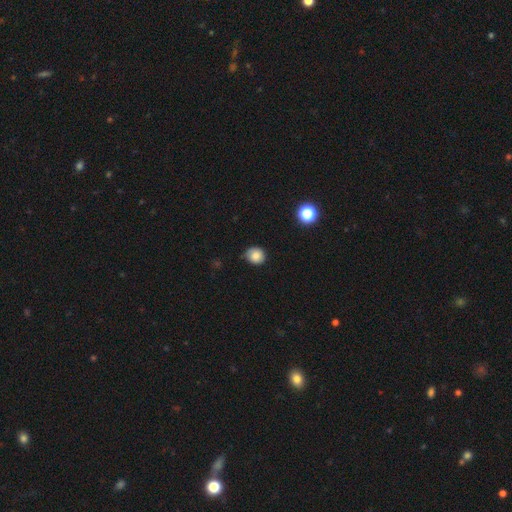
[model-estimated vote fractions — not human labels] Q: Smooth or featured?
A: smooth (80%); runner-up: featured or disk (11%)
Q: How rounded?
A: round (77%); runner-up: in between (22%)
Q: Merging?
A: none (68%); runner-up: minor disturbance (26%)